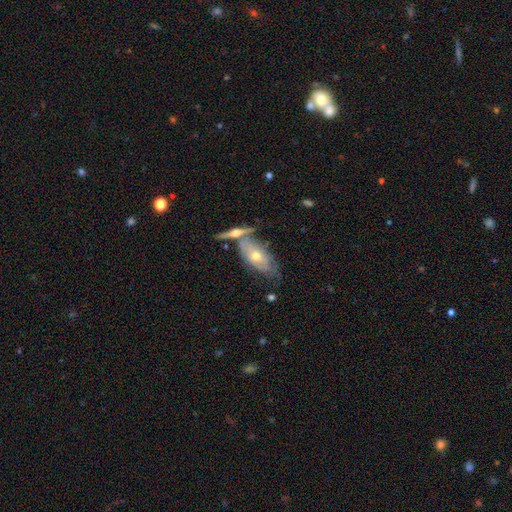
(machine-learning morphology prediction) smooth_or_featured: featured or disk (p=0.61) [alt: smooth p=0.30]
disk_edge_on: no (p=0.77) [alt: yes p=0.23]
merging: none (p=0.51) [alt: merger p=0.28]